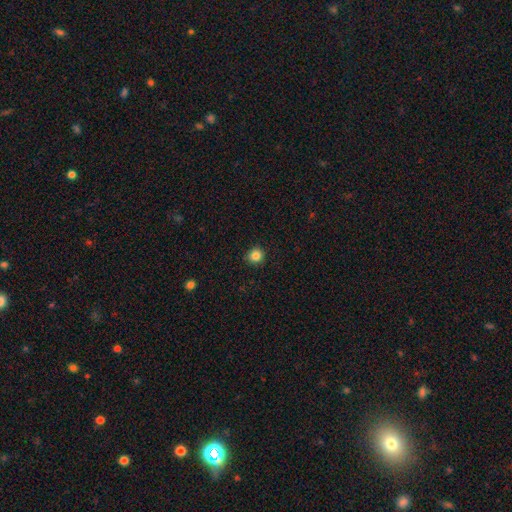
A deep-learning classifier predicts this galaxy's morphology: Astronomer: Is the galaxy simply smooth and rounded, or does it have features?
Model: smooth — 85%.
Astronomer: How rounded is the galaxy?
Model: round — 92%.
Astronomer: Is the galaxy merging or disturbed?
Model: none — 91%.